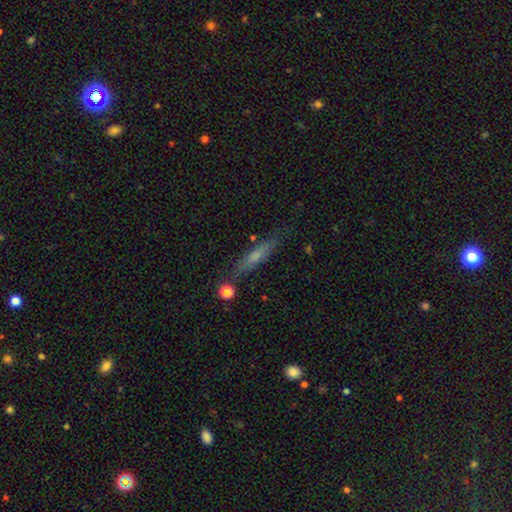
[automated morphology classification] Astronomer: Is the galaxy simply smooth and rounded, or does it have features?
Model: smooth — 51% (runner-up: featured or disk, 39%).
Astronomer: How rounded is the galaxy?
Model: cigar-shaped — 88%.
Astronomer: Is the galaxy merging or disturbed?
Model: none — 79%.